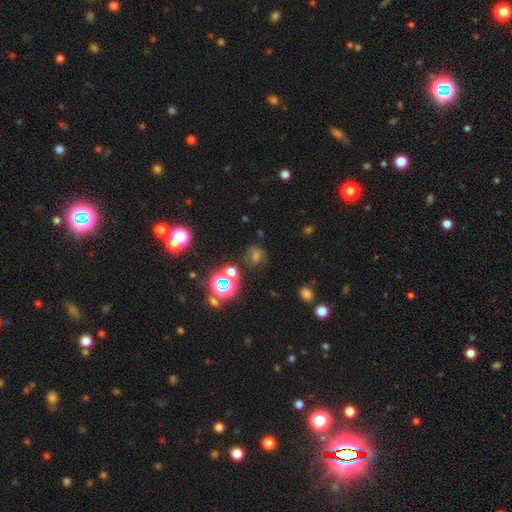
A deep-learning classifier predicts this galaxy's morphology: A star or artifact, not a galaxy (48%).